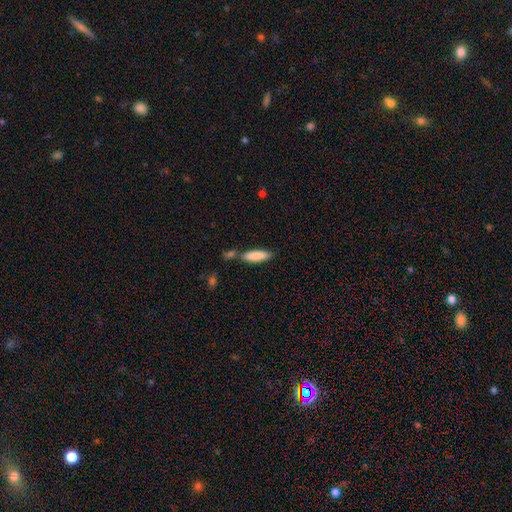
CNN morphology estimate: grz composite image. It shows a smooth galaxy with no disk features (85%) that is cigar-shaped (62%). Merging: none (62%).